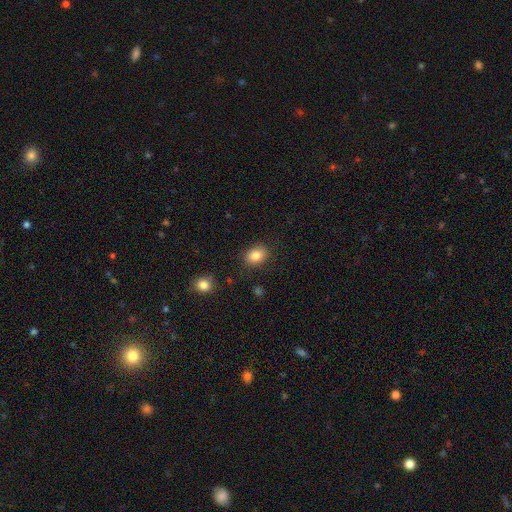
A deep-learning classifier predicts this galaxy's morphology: smooth_or_featured: smooth (p=0.84) [alt: star or artifact p=0.09]
how_rounded: in between (p=0.66) [alt: round p=0.33]
merging: none (p=0.84) [alt: minor disturbance p=0.11]